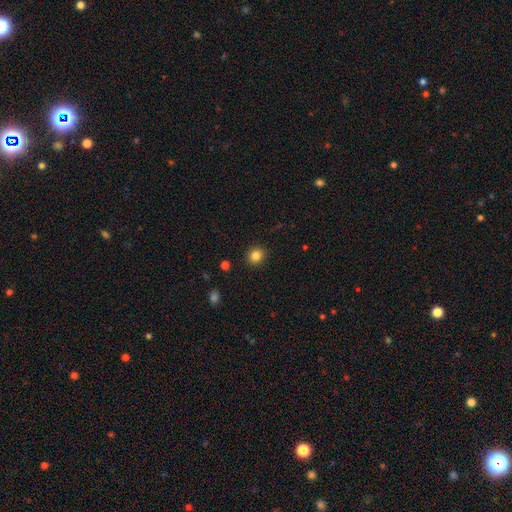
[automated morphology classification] type=smooth (84%); roundness=round (86%); merging=none (91%).